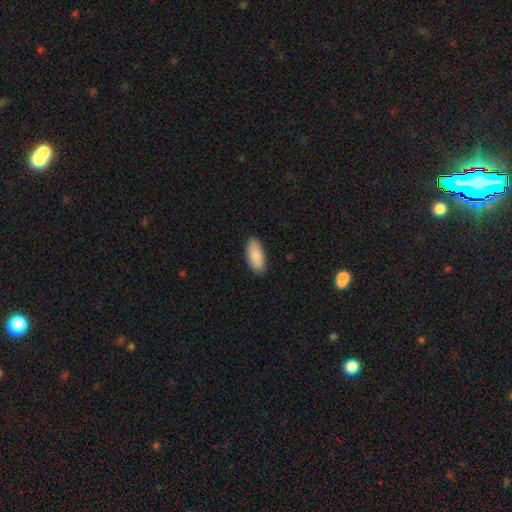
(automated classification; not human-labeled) A smooth galaxy with no disk features (90%) that is in between round and cigar-shaped (89%). Merging: none (86%).